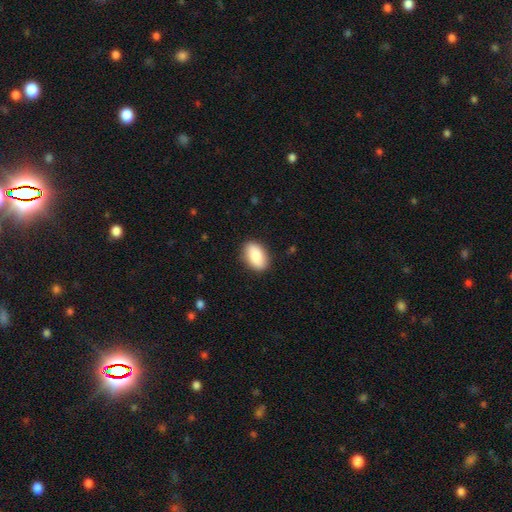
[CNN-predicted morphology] Overall: smooth (86%). How rounded: in between (90%). Merging: none (87%).